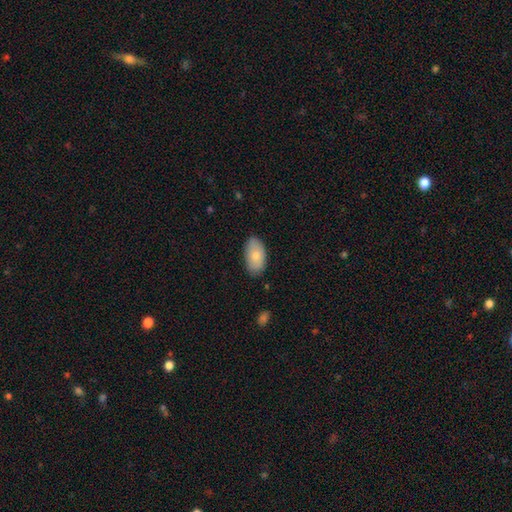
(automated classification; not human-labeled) This is likely a smooth galaxy (79%). How rounded: clearly in between (94%). Merging: clearly none (82%).